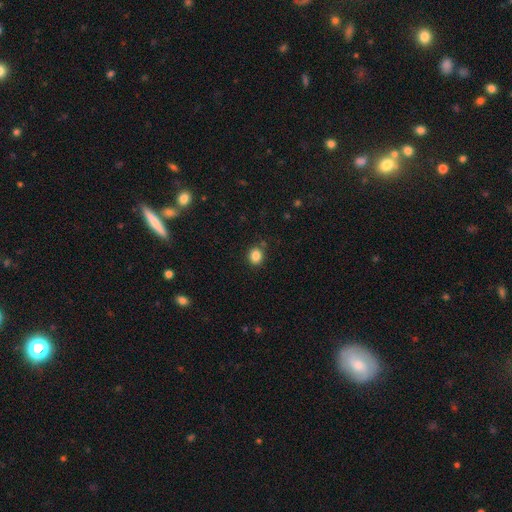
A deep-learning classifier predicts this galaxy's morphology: This is clearly a smooth galaxy (85%). How rounded: likely round (78%). Merging: clearly none (85%).